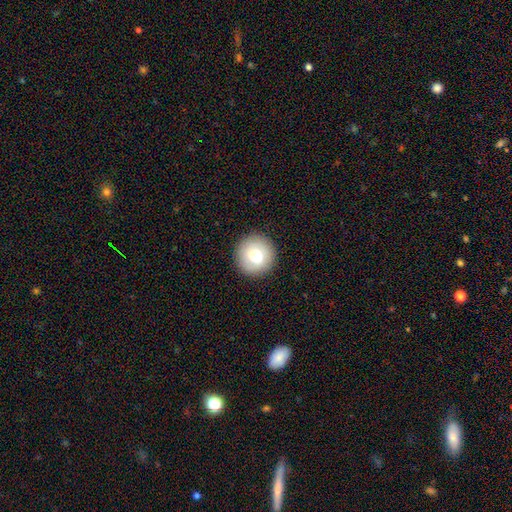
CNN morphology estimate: This is likely a smooth galaxy (77%). How rounded: clearly round (94%). Merging: clearly none (89%).